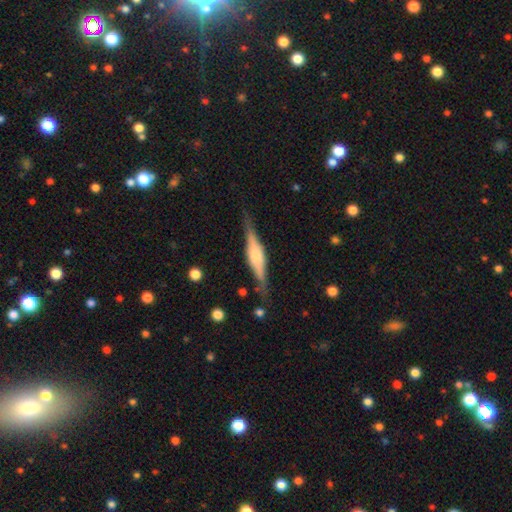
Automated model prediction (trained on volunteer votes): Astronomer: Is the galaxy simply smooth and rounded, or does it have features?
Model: featured or disk — 71%.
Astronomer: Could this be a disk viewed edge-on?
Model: yes — 96%.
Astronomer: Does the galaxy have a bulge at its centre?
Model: rounded — 71%.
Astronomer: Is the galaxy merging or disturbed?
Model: none — 82%.